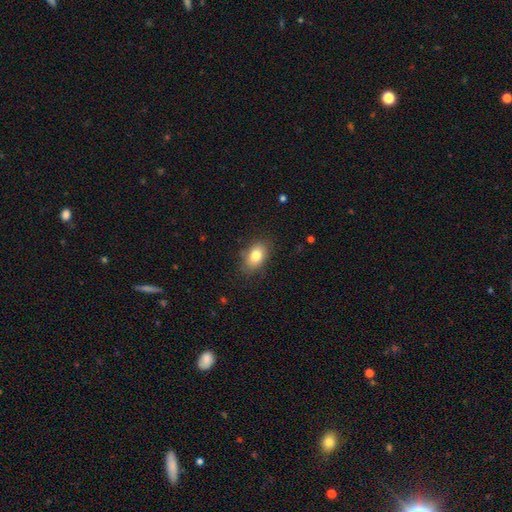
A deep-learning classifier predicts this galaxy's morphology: A smooth galaxy with no disk features (81%) that is in between round and cigar-shaped (84%). Merging: none (80%).